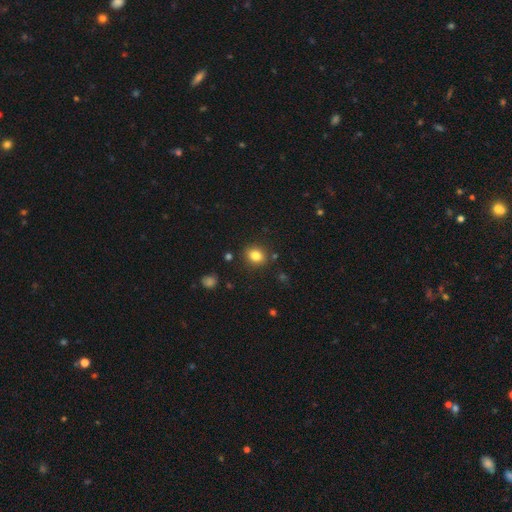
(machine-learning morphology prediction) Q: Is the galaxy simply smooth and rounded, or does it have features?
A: smooth — 82%.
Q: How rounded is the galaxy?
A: round — 65%.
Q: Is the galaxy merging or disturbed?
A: none — 87%.